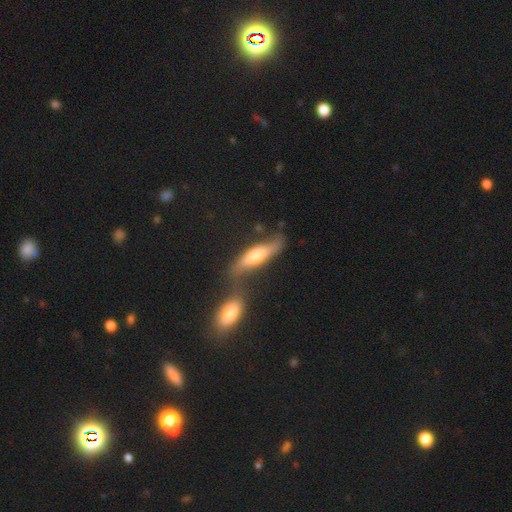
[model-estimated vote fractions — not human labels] Smooth or featured?
  - featured or disk: 48% *
  - smooth: 43%
  - star or artifact: 8%
Merging?
  - none: 39% *
  - merger: 37%
  - minor disturbance: 16%
  - major disturbance: 8%